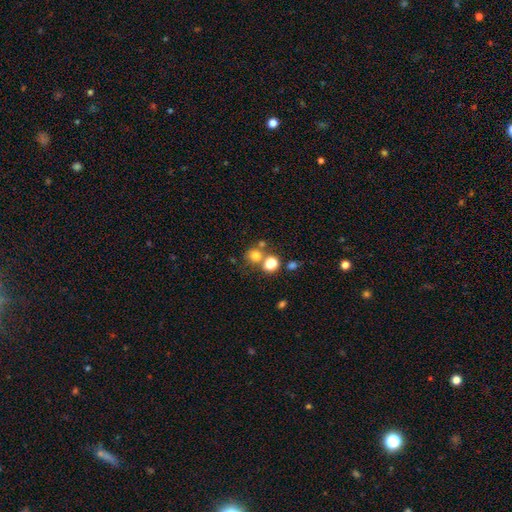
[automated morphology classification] smooth_or_featured: smooth (p=0.73) [alt: star or artifact p=0.18]
how_rounded: round (p=0.88) [alt: in between p=0.11]
merging: none (p=0.62) [alt: merger p=0.25]